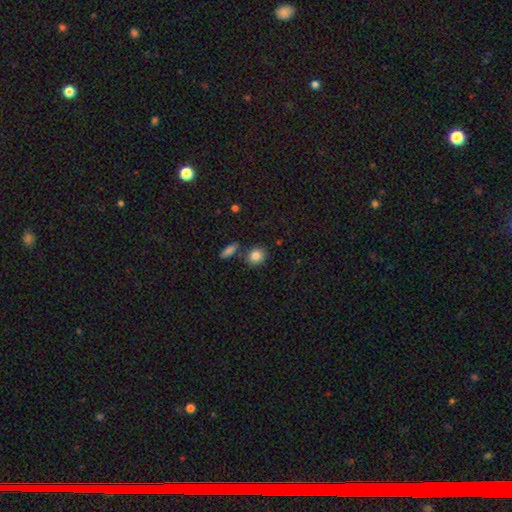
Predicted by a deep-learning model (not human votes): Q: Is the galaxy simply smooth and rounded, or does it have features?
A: smooth — 85%.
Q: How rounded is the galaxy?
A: round — 70%.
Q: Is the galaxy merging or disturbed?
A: none — 79%.